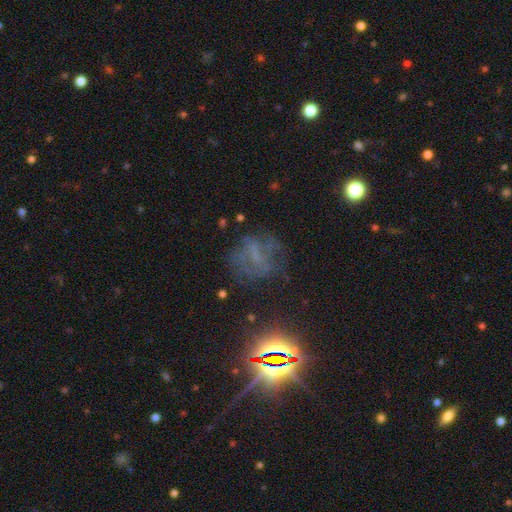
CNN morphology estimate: smooth-or-featured: featured or disk: 39% | star or artifact: 36% | smooth: 25%
  merging: none: 58% | major disturbance: 21% | minor disturbance: 18% | merger: 3%